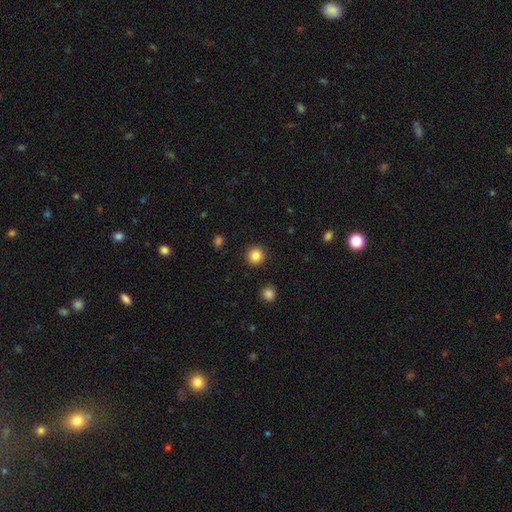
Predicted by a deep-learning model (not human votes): Morphology: type=smooth (85%); roundness=round (94%); merging=none (92%).